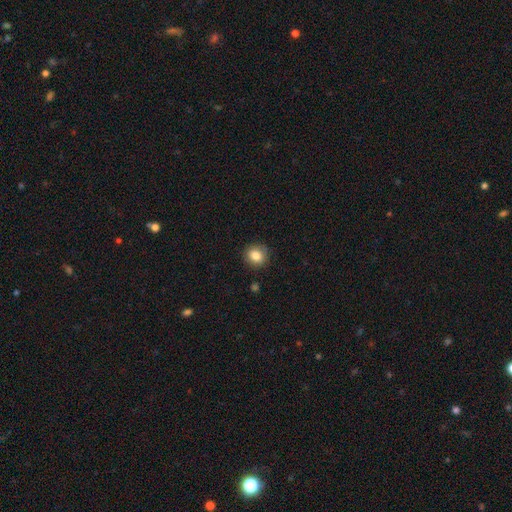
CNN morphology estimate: type=smooth (84%); roundness=round (86%); merging=none (87%).